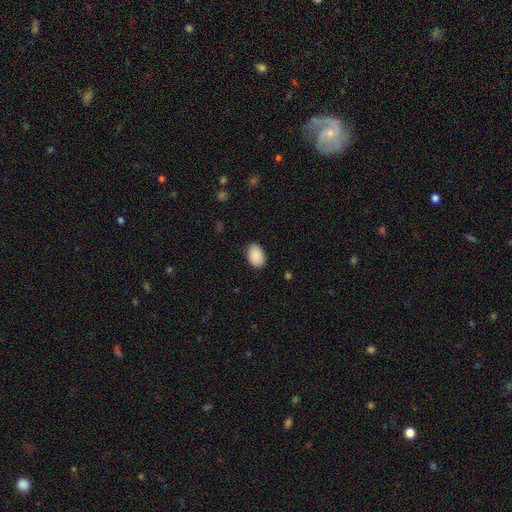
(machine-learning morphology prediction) The model was most divided on "merging": none: 86%, minor disturbance: 11%, major disturbance: 2%, merger: 1%. More confident: smooth or featured — smooth (90%); how rounded — in between (89%).